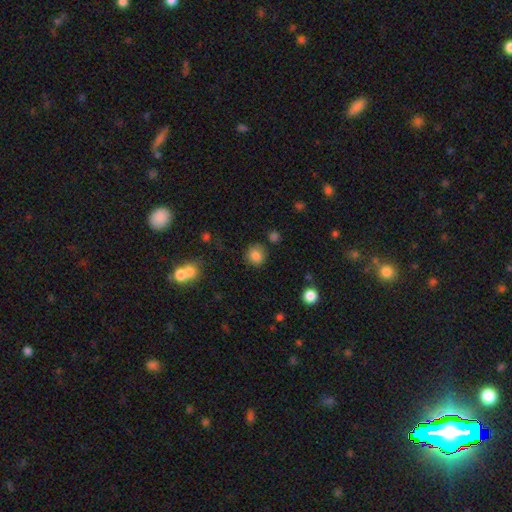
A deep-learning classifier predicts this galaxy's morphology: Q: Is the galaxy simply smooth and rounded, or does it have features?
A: smooth — 83%.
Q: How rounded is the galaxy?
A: round — 87%.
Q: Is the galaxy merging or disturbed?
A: none — 82%.